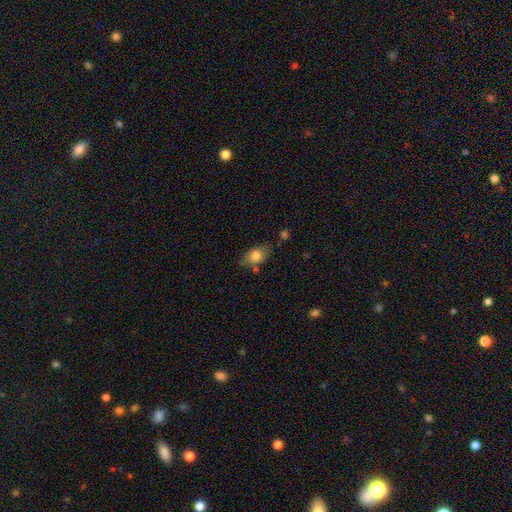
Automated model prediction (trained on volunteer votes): smooth 78%, featured or disk 15%, star or artifact 7%. Down the decision tree: how rounded — in between (82%); merging — none (63%).